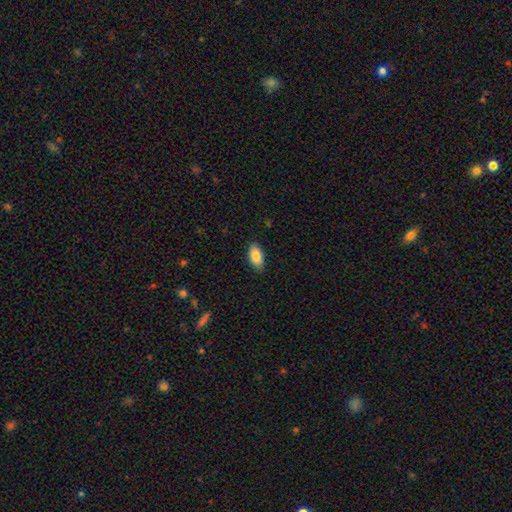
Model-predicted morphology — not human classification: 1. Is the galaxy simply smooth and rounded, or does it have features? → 86% smooth, 7% featured or disk, 7% star or artifact.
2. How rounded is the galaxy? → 92% in between, 5% cigar-shaped, 3% round.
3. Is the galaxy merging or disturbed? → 86% none, 11% minor disturbance, 2% major disturbance, 1% merger.